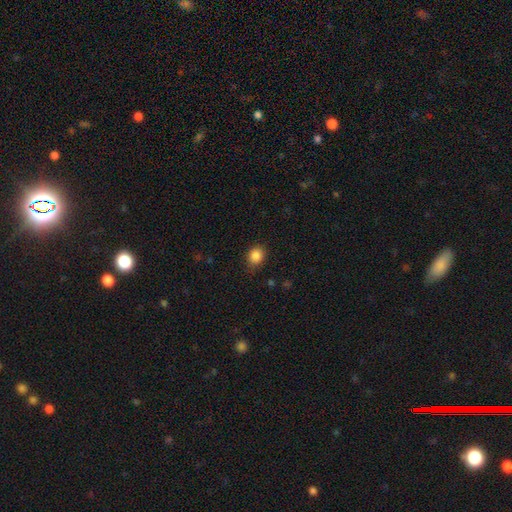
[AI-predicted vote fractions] A smooth galaxy with no disk features (86%) that is round (66%).

Vote fractions:
- Smooth or featured? smooth: 86% / star or artifact: 10% / featured or disk: 4%
- How rounded? round: 66% / in between: 33% / cigar-shaped: 1%
- Merging? none: 81% / minor disturbance: 15% / major disturbance: 3% / merger: 1%